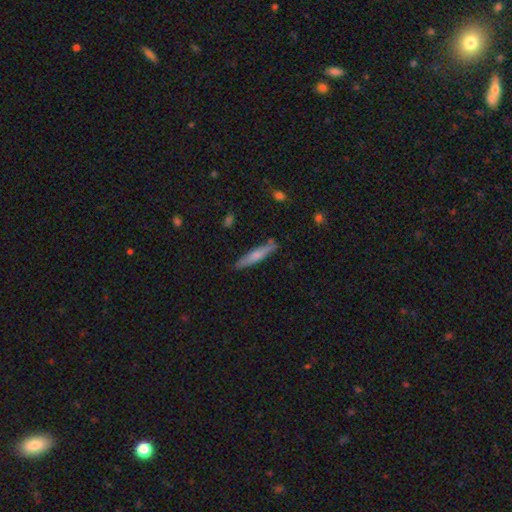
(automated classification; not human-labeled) The model was most divided on "smooth or featured": smooth: 54%, featured or disk: 40%, star or artifact: 7%. More confident: how rounded — cigar-shaped (91%); merging — none (86%).